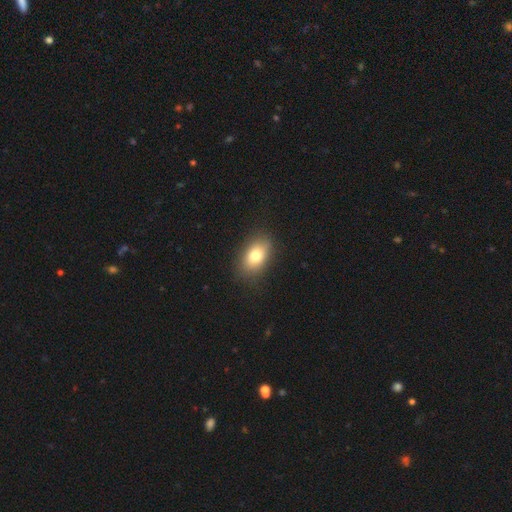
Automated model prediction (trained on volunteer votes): Morphology: type=smooth (78%); roundness=in between (85%); merging=none (86%).